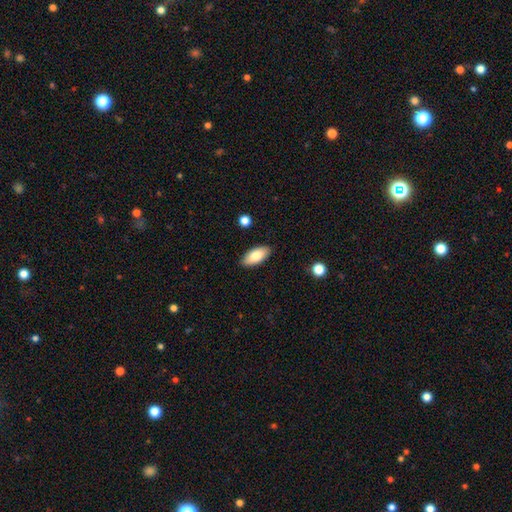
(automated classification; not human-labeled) Morphology: type=smooth (81%); roundness=in between (90%); merging=none (88%).